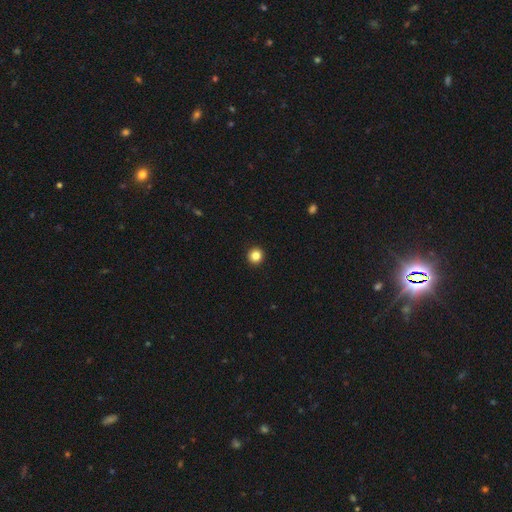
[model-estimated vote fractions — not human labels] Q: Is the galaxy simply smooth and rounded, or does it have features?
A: smooth — 84%.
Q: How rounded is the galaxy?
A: round — 95%.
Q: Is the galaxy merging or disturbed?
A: none — 94%.